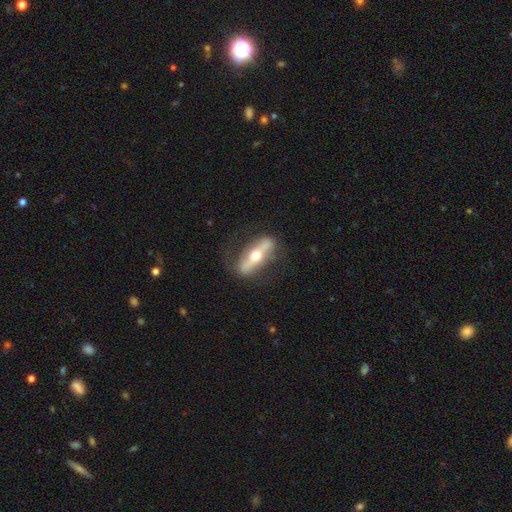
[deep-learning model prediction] smooth-or-featured: featured or disk: 67% | smooth: 28% | star or artifact: 5%
  disk-edge-on: yes: 61% | no: 39%
  merging: none: 75% | minor disturbance: 15% | major disturbance: 8% | merger: 2%